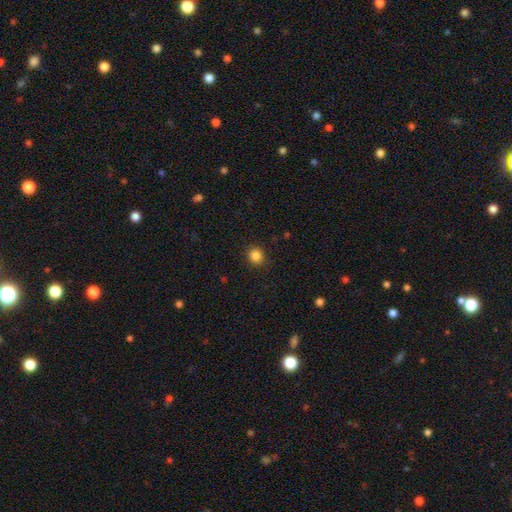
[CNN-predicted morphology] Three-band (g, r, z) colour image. It shows a smooth galaxy with no disk features (86%) that is round (87%). Merging: none (90%).